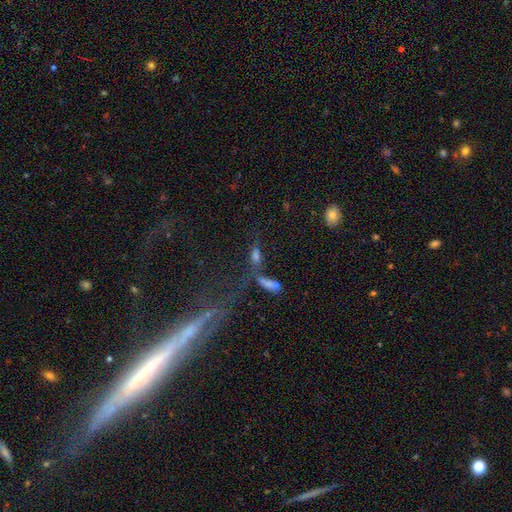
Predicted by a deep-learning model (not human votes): Overall: smooth (54%; featured or disk 24%). How rounded: in between (58%; cigar-shaped 34%). Merging: none (40%; merger 30%).